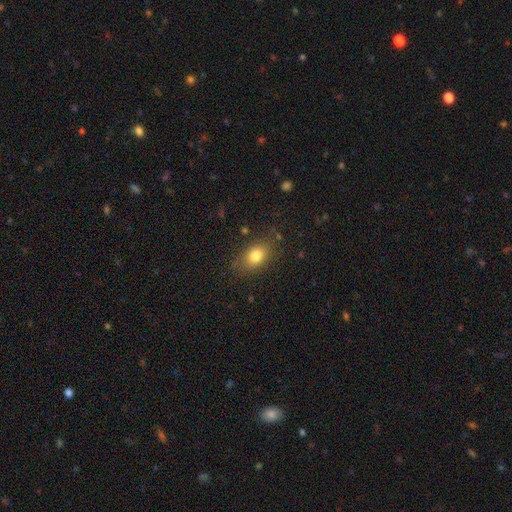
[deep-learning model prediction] Smooth or featured: smooth — 80% (featured or disk — 10%)
How rounded: in between — 77% (round — 20%)
Merging: none — 79% (minor disturbance — 15%)